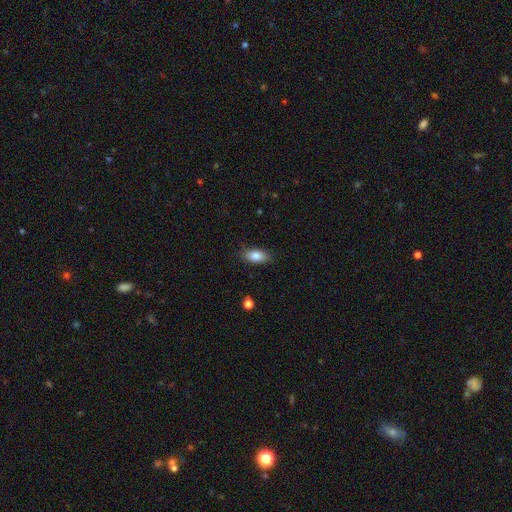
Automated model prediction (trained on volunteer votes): The model was most divided on "merging": none: 86%, minor disturbance: 11%, major disturbance: 2%, merger: 1%. More confident: how rounded — in between (90%); smooth or featured — smooth (84%).